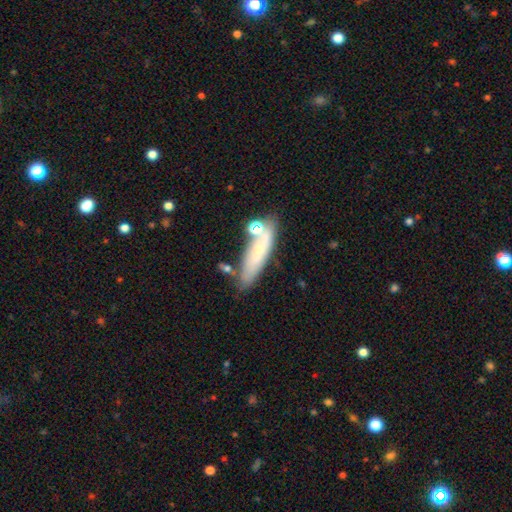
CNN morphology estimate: Smooth or featured? Predicted: smooth (p=0.61). How rounded? Predicted: cigar-shaped (p=0.65). Merging? Predicted: none (p=0.59).